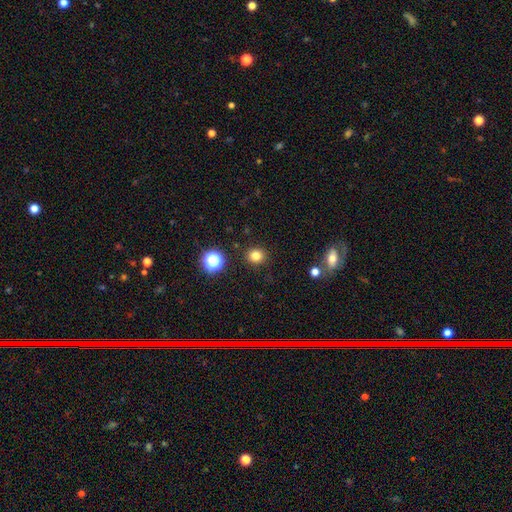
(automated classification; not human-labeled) This appears to be a smooth galaxy with no disk features (80%) that is round (87%). Merging: none (90%).